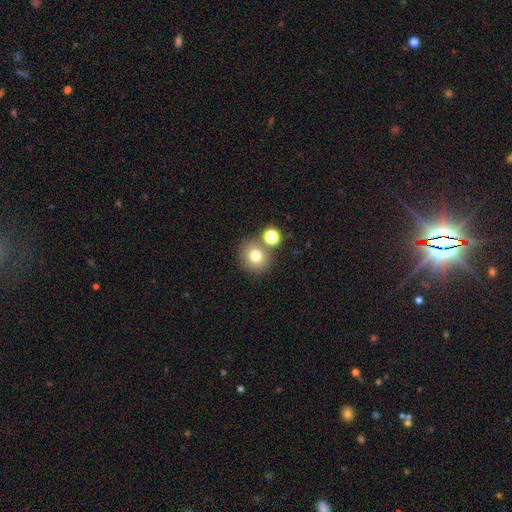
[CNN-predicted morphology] smooth_or_featured: smooth (p=0.77) [alt: star or artifact p=0.13]
how_rounded: round (p=0.88) [alt: in between p=0.11]
merging: none (p=0.71) [alt: merger p=0.17]